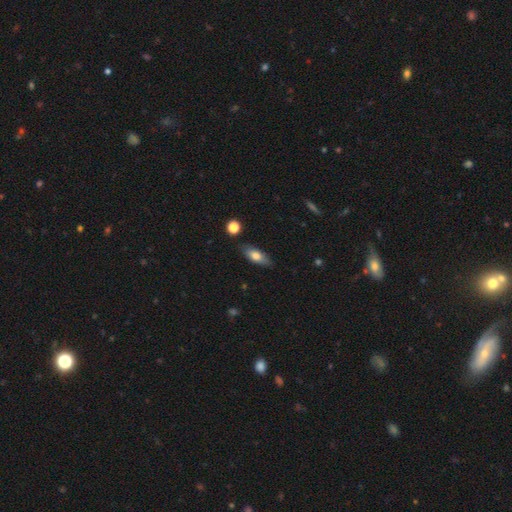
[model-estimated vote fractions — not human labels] A smooth galaxy with no disk features (72%) that is in between round and cigar-shaped (77%). Merging: none (83%).